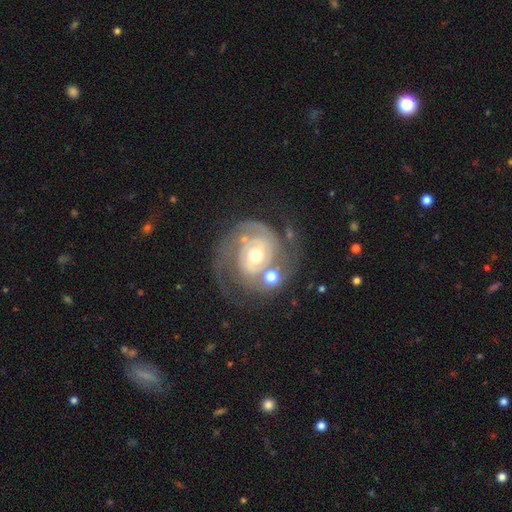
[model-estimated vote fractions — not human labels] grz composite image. It shows a featured or disk galaxy (88%) with no bar (68%), 2 (58%) tight (64%) spiral arms (94%) and a moderate central bulge (70%). Merging: none (56%).